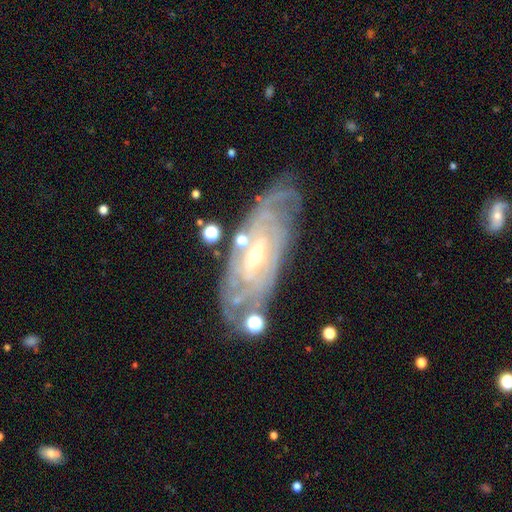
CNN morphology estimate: This appears to be a featured or disk galaxy (85%) with a weak bar (43%), tight (76%) spiral arms (92%) and a small central bulge (67%). Merging: none (72%).